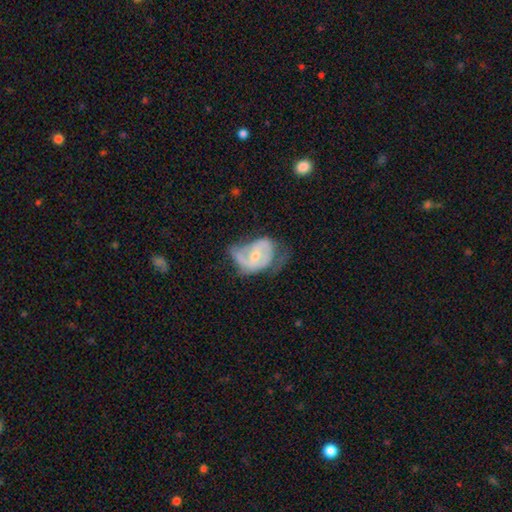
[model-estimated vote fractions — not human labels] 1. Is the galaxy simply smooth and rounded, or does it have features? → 67% featured or disk, 26% smooth, 7% star or artifact.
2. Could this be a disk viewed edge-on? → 97% no, 3% yes.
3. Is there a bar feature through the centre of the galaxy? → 47% no, 39% weak, 14% strong.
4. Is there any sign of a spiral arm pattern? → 72% yes, 28% no.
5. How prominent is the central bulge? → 51% small, 44% moderate, 2% none, 2% large, 1% dominant.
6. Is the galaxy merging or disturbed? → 35% major disturbance, 33% minor disturbance, 30% none, 3% merger.